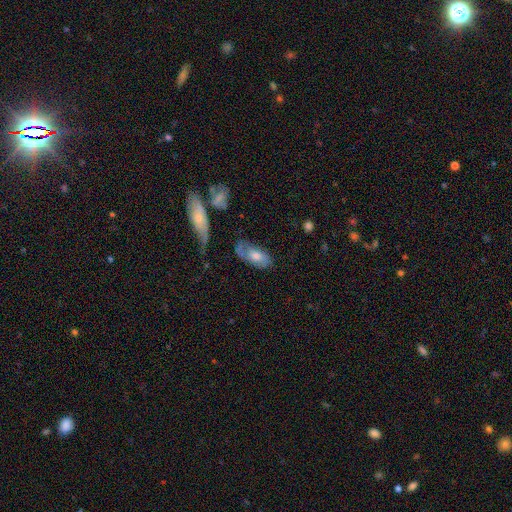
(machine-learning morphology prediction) smooth_or_featured: featured or disk (p=0.50) [alt: smooth p=0.43]
merging: none (p=0.48) [alt: minor disturbance p=0.27]